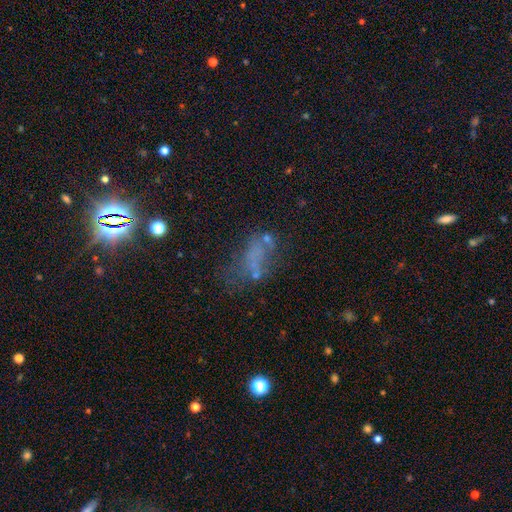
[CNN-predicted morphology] This appears to be a smooth galaxy with no disk features (37%). Merging: none (39%).